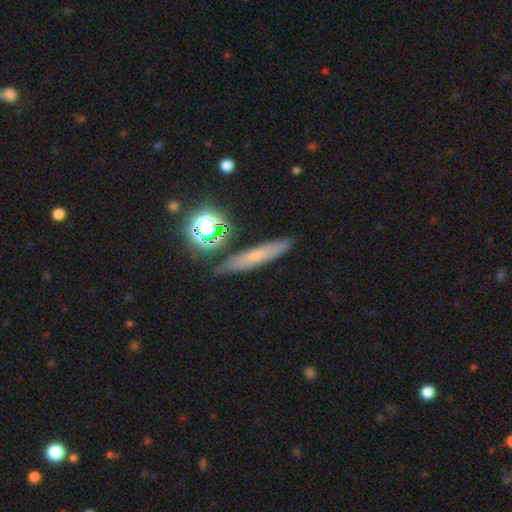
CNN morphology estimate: smooth-or-featured: smooth: 53% | featured or disk: 30% | star or artifact: 17%
  how-rounded: cigar-shaped: 80% | in between: 12% | round: 8%
  merging: none: 84% | minor disturbance: 10% | merger: 3% | major disturbance: 3%